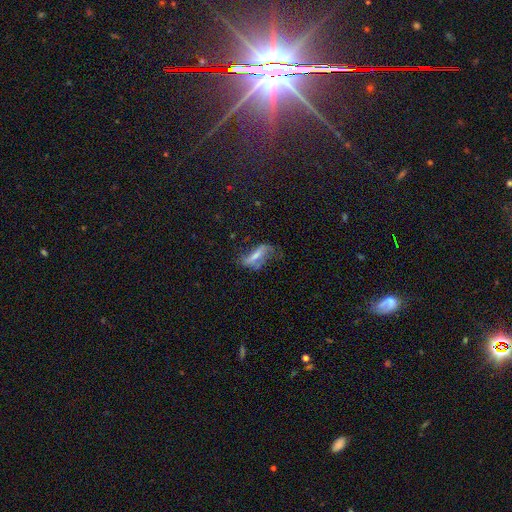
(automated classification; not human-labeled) Smooth or featured? Predicted: featured or disk (p=0.53). Edge-on disk? Predicted: no (p=0.71). Merging? Predicted: none (p=0.46).